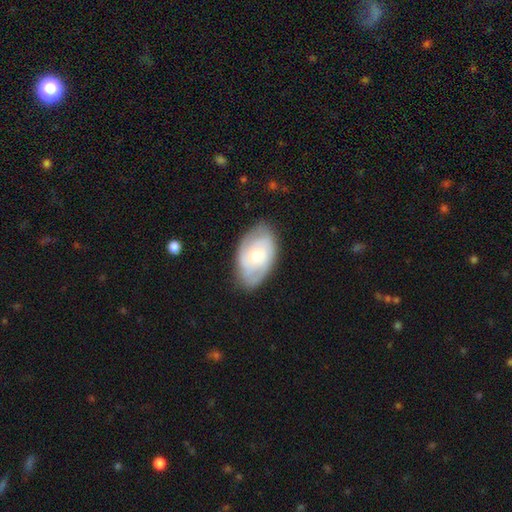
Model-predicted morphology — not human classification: A featured or disk galaxy (55%) with no bar (75%), spiral arms (74%) and a moderate central bulge (57%). Merging: none (74%).